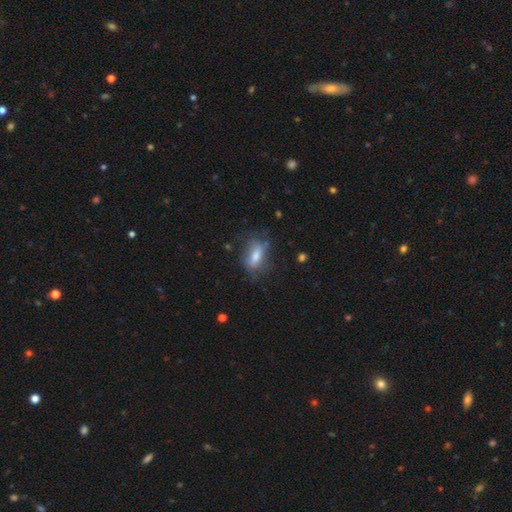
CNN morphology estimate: Smooth or featured?
  - smooth: 60% *
  - featured or disk: 29%
  - star or artifact: 11%
How rounded?
  - in between: 74% *
  - cigar-shaped: 19%
  - round: 7%
Merging?
  - none: 60% *
  - minor disturbance: 24%
  - major disturbance: 13%
  - merger: 3%